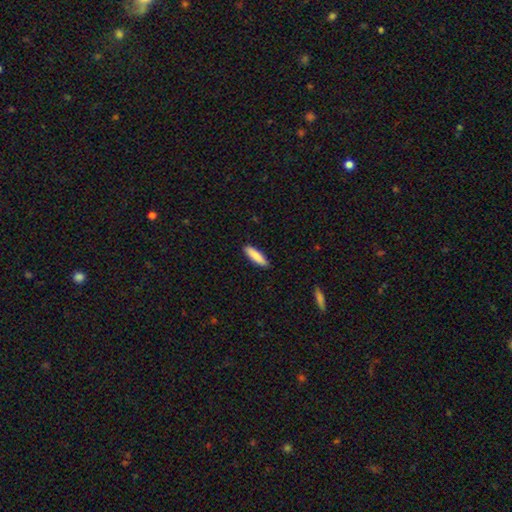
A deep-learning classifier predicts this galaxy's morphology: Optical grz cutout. It shows a smooth galaxy with no disk features (86%) that is cigar-shaped (67%). Merging: none (90%).